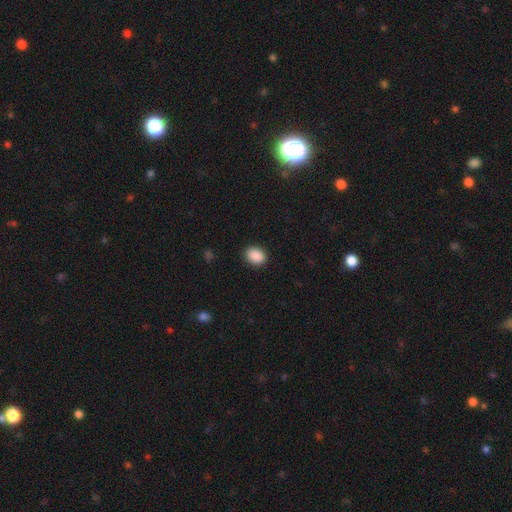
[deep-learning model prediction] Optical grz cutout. It shows a smooth galaxy with no disk features (90%) that is in between round and cigar-shaped (67%). Merging: none (90%).